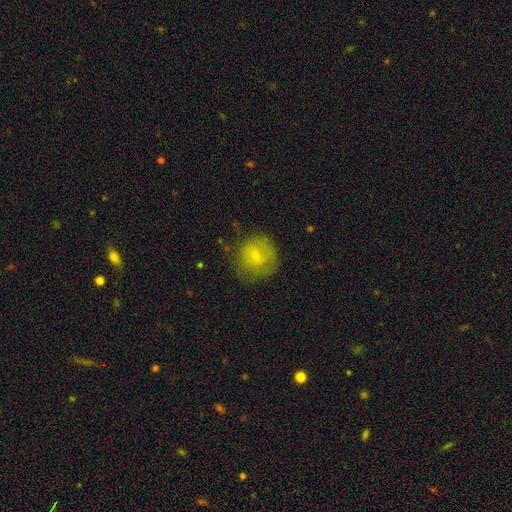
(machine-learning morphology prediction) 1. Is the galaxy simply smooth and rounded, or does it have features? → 59% smooth, 29% featured or disk, 12% star or artifact.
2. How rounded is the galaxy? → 86% round, 13% in between, 1% cigar-shaped.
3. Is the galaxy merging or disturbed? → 75% none, 17% minor disturbance, 7% major disturbance, 1% merger.